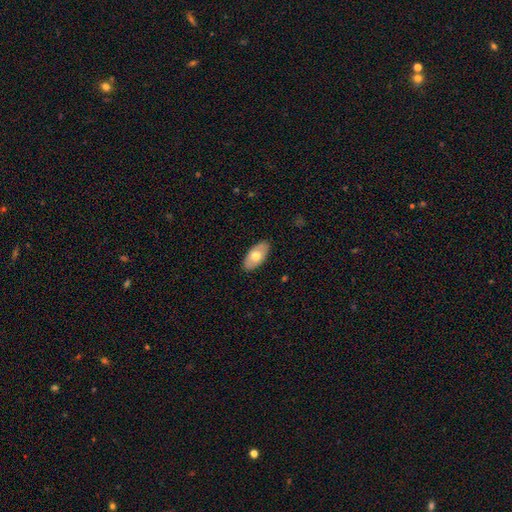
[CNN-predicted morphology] Overall: smooth (63%; featured or disk 31%). How rounded: in between (94%). Merging: none (87%).